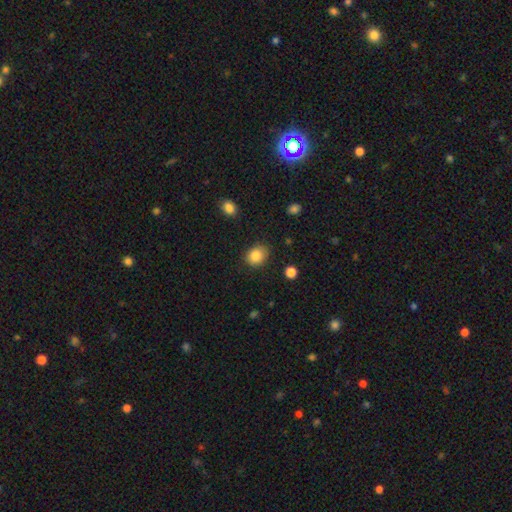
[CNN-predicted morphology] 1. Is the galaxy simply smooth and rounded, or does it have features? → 85% smooth, 10% star or artifact, 6% featured or disk.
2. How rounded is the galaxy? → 56% round, 43% in between, 1% cigar-shaped.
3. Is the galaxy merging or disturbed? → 81% none, 14% minor disturbance, 3% major disturbance, 2% merger.